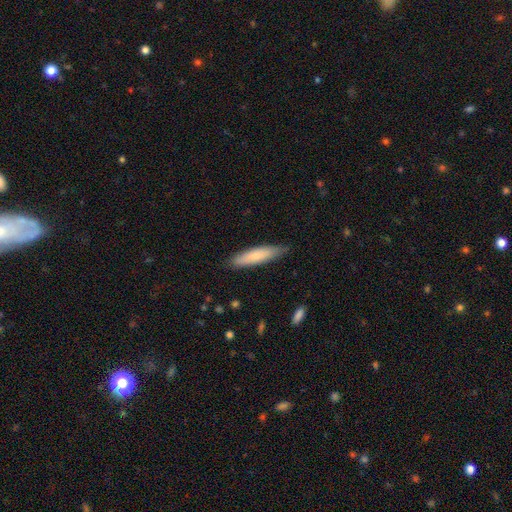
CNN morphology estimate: smooth 75%, featured or disk 20%, star or artifact 5%. Down the decision tree: how rounded — cigar-shaped (80%); merging — none (82%).